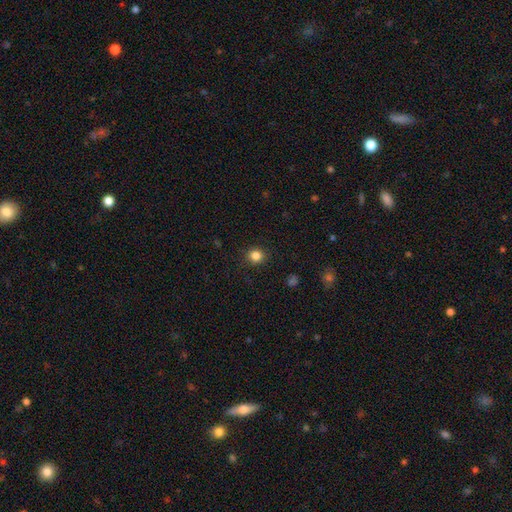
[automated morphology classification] Smooth or featured: smooth — 84% (star or artifact — 12%)
How rounded: round — 86% (in between — 13%)
Merging: none — 89% (minor disturbance — 8%)